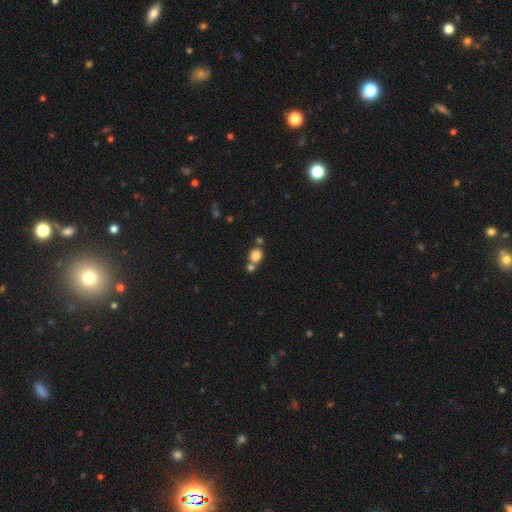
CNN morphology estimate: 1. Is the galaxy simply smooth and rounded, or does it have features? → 82% smooth, 11% star or artifact, 7% featured or disk.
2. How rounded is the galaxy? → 75% round, 24% in between, 1% cigar-shaped.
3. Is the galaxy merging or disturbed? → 58% none, 30% merger, 9% minor disturbance, 4% major disturbance.